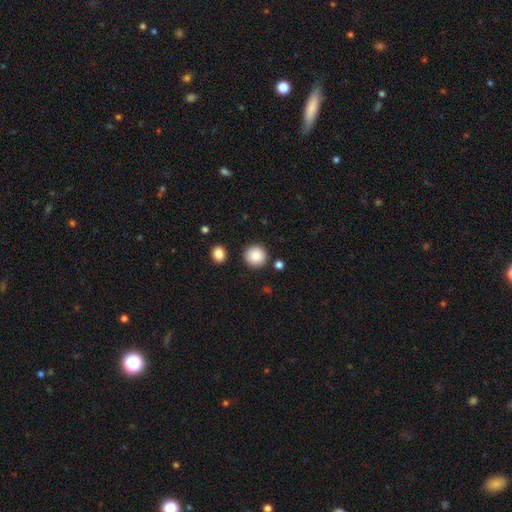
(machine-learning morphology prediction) smooth 88%, star or artifact 8%, featured or disk 4%. Down the decision tree: how rounded — round (94%); merging — none (88%).